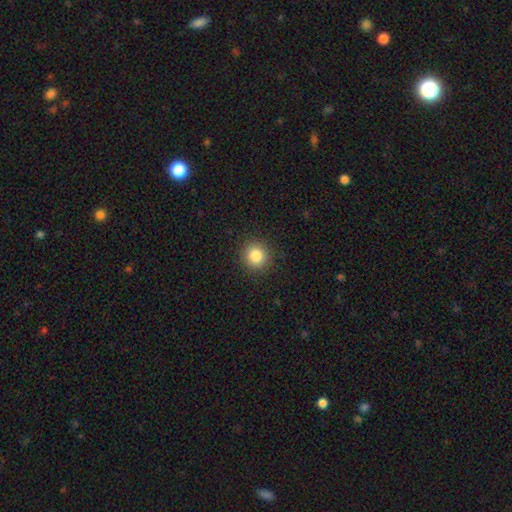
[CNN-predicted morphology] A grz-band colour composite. It shows a smooth galaxy with no disk features (84%) that is round (90%). Merging: none (91%).